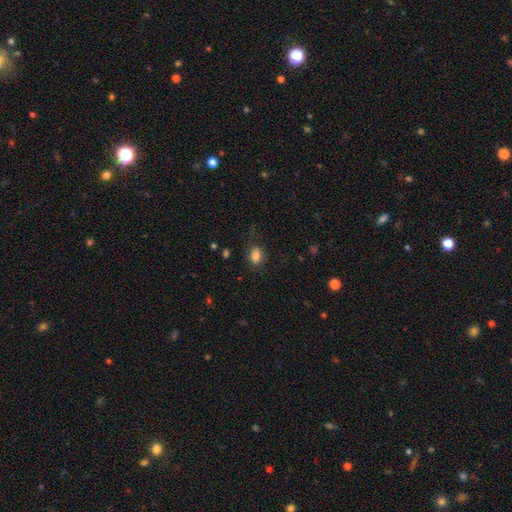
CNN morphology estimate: Overall: smooth (84%). How rounded: in between (70%). Merging: none (77%).